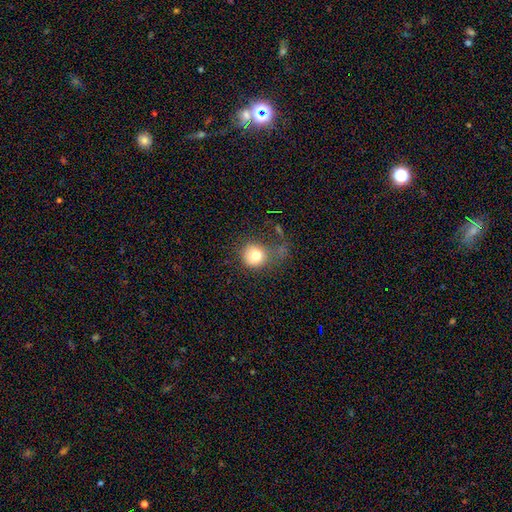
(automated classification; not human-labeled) This is likely a smooth galaxy (78%). How rounded: clearly round (85%). Merging: possibly none (47%).